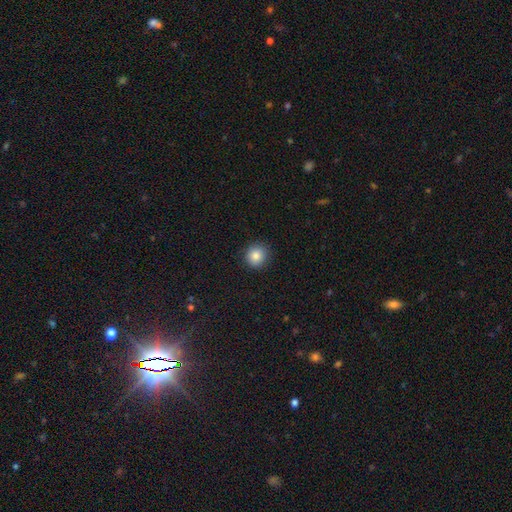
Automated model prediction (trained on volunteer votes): Overall: smooth (84%). How rounded: round (91%). Merging: none (90%).